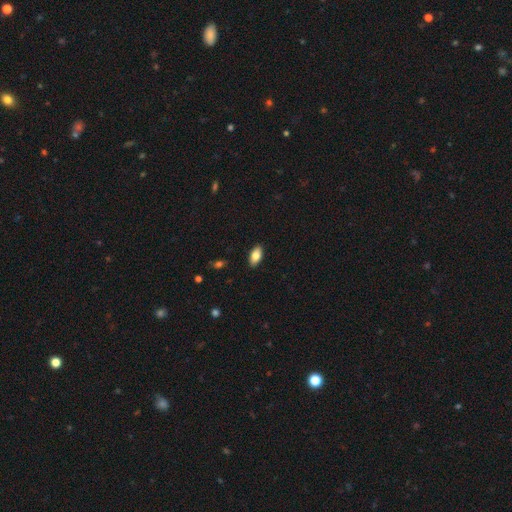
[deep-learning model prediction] Smooth or featured? Predicted: smooth (p=0.81). How rounded? Predicted: in between (p=0.92). Merging? Predicted: none (p=0.90).